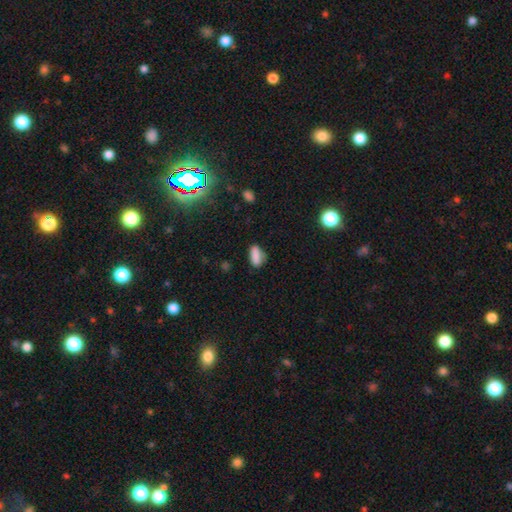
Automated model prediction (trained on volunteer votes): smooth_or_featured: smooth (p=0.85) [alt: star or artifact p=0.09]
how_rounded: in between (p=0.82) [alt: cigar-shaped p=0.13]
merging: none (p=0.72) [alt: minor disturbance p=0.21]